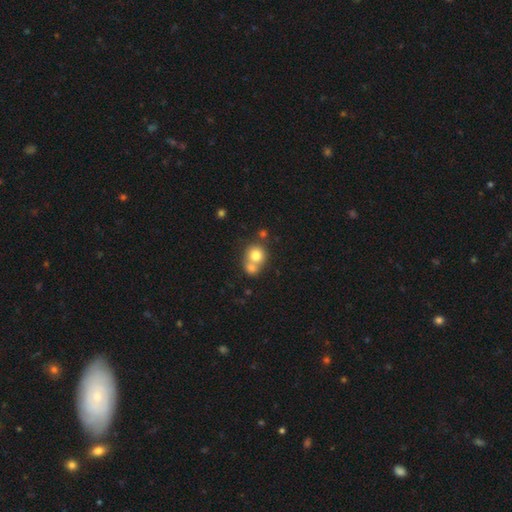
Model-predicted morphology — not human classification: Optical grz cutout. It shows a smooth galaxy with no disk features (76%) that is round (81%). Merging: merger (53%).